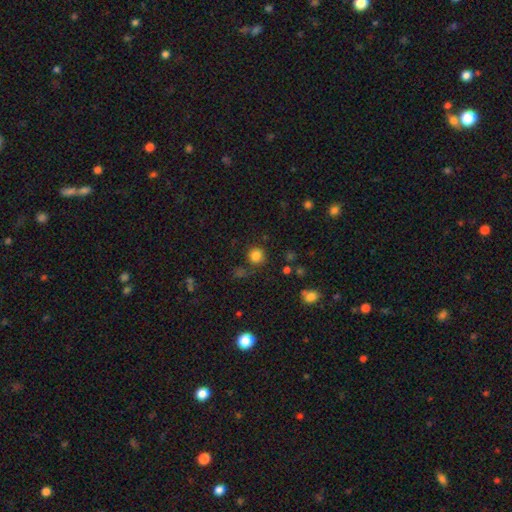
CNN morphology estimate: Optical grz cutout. It shows a smooth galaxy with no disk features (82%) that is round (92%). Merging: none (82%).